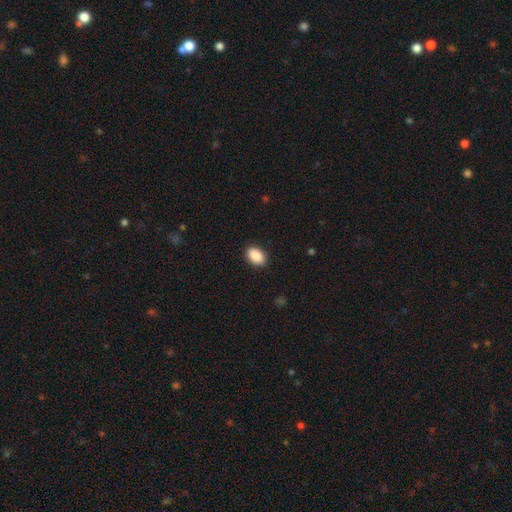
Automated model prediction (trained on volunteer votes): This appears to be a smooth galaxy with no disk features (90%) that is in between round and cigar-shaped (87%). Merging: none (89%).